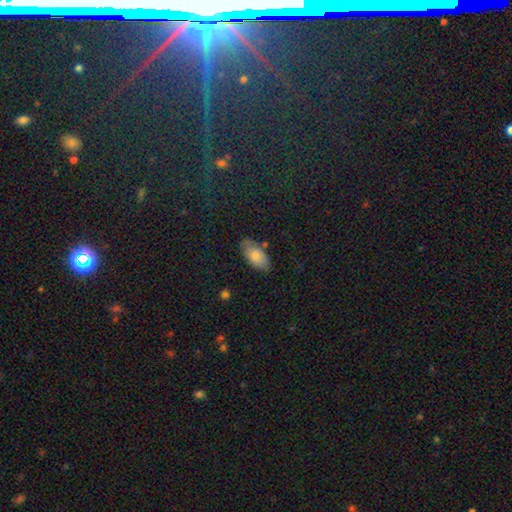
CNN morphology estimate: type=smooth (81%); roundness=in between (93%); merging=none (76%).